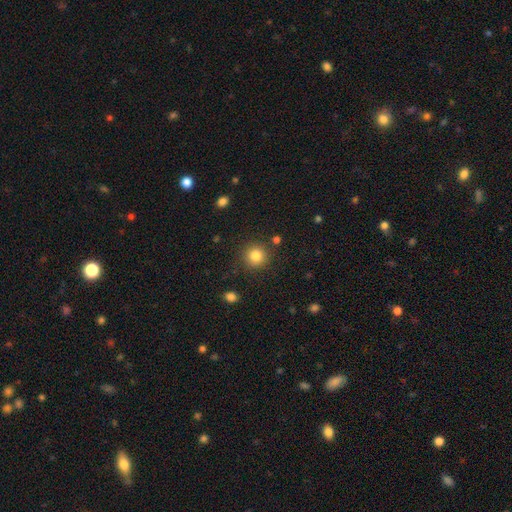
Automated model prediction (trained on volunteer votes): This appears to be a smooth galaxy with no disk features (83%) that is round (93%). Merging: none (88%).